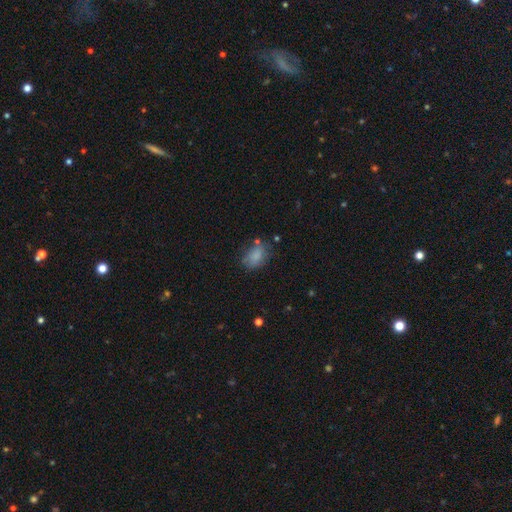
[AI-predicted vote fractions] smooth_or_featured: smooth (p=0.82) [alt: star or artifact p=0.09]
how_rounded: in between (p=0.80) [alt: round p=0.18]
merging: none (p=0.62) [alt: minor disturbance p=0.24]